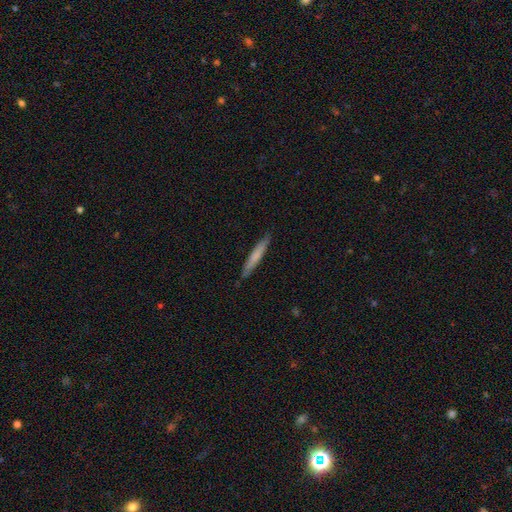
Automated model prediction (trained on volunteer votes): smooth 65%, featured or disk 30%, star or artifact 5%. Down the decision tree: how rounded — cigar-shaped (95%); merging — none (87%).